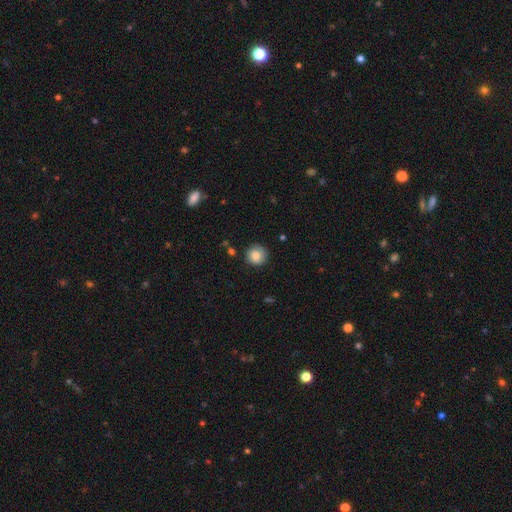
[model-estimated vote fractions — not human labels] The model was most divided on "smooth or featured": smooth: 81%, featured or disk: 10%, star or artifact: 9%. More confident: how rounded — round (94%); merging — none (84%).